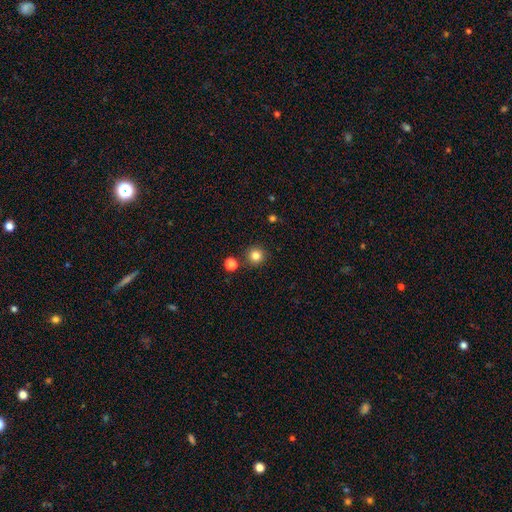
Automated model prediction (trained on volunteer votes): smooth_or_featured: smooth (p=0.82) [alt: star or artifact p=0.12]
how_rounded: round (p=0.95) [alt: in between p=0.04]
merging: none (p=0.87) [alt: minor disturbance p=0.06]